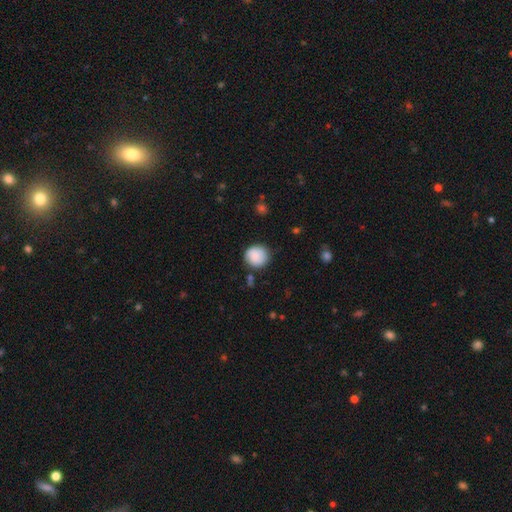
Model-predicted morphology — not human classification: smooth_or_featured: smooth (p=0.85) [alt: featured or disk p=0.08]
how_rounded: round (p=0.92) [alt: in between p=0.07]
merging: none (p=0.81) [alt: minor disturbance p=0.14]